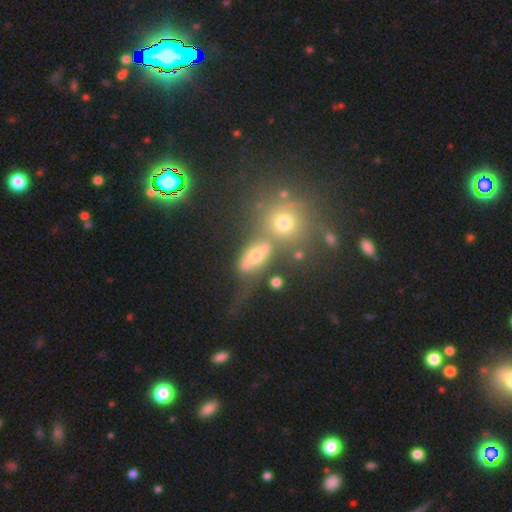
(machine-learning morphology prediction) A smooth galaxy with no disk features (54%) that is in between round and cigar-shaped (63%). Merging: none (49%).